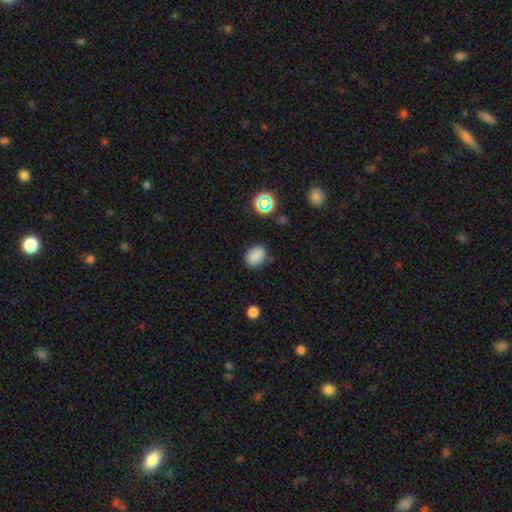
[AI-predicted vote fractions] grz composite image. It shows a smooth galaxy with no disk features (82%) that is in between round and cigar-shaped (61%). Merging: none (75%).